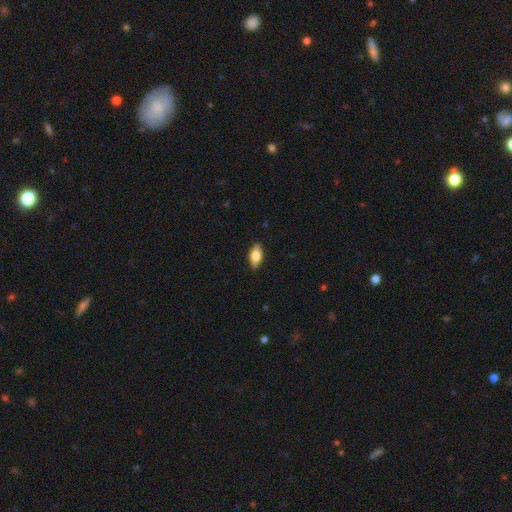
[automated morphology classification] Smooth or featured? smooth (71%)
How rounded? in between (87%)
Merging? none (86%)